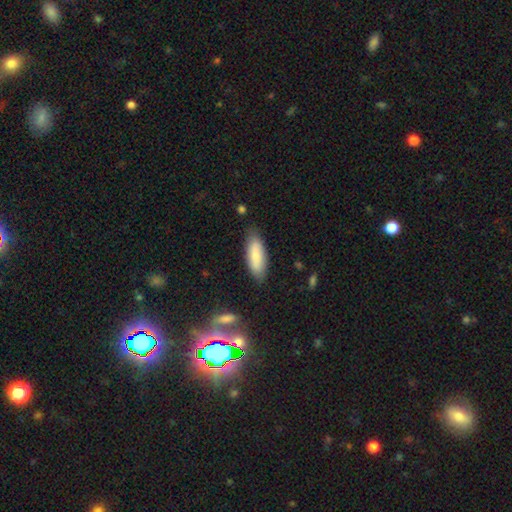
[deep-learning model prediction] Smooth or featured? Predicted: smooth (p=0.80). How rounded? Predicted: in between (p=0.64). Merging? Predicted: none (p=0.80).